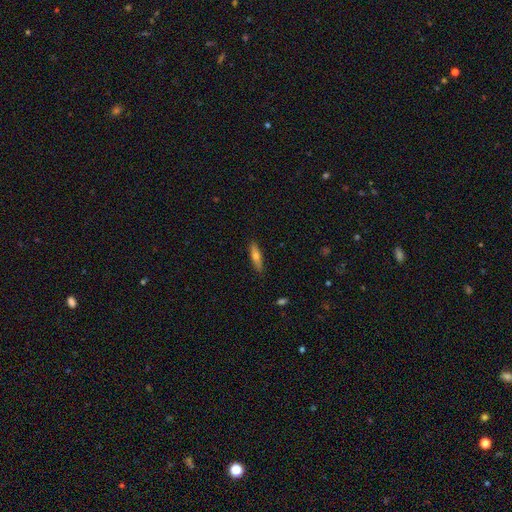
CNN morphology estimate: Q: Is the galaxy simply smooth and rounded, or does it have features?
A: smooth — 59%.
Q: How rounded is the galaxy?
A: cigar-shaped — 73%.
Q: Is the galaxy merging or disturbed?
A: none — 88%.